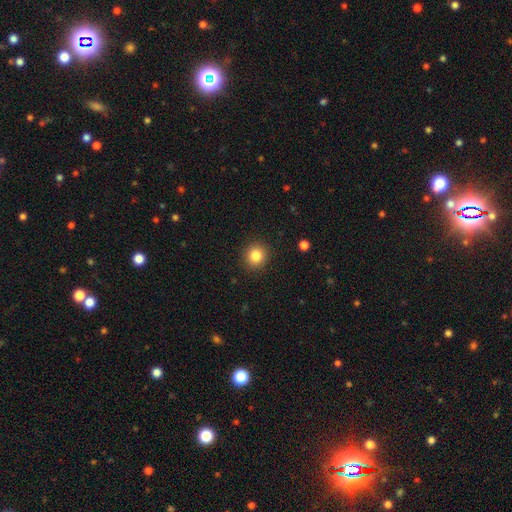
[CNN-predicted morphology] Smooth or featured?
  - smooth: 84% *
  - star or artifact: 11%
  - featured or disk: 5%
How rounded?
  - round: 89% *
  - in between: 10%
  - cigar-shaped: 1%
Merging?
  - none: 91% *
  - minor disturbance: 6%
  - major disturbance: 2%
  - merger: 1%